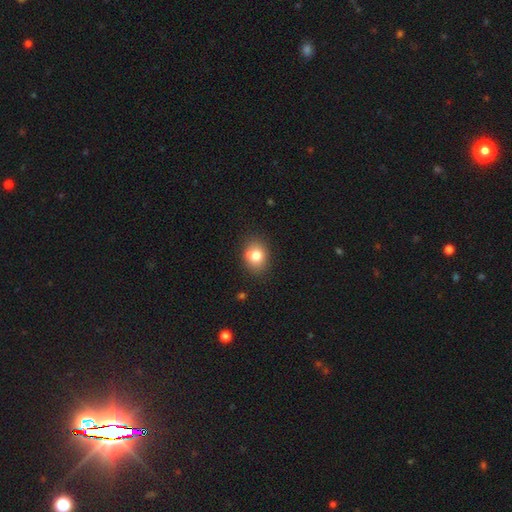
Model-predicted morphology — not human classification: smooth 76%, featured or disk 13%, star or artifact 11%. Down the decision tree: how rounded — round (51%); merging — none (68%).